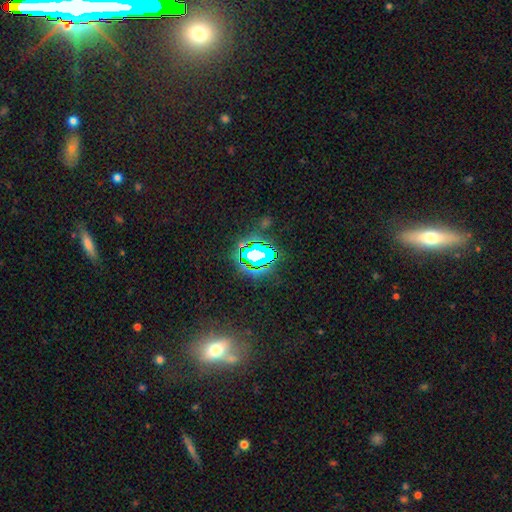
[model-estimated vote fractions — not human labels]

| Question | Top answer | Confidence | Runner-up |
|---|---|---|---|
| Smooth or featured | star or artifact | 67% | smooth (21%) |